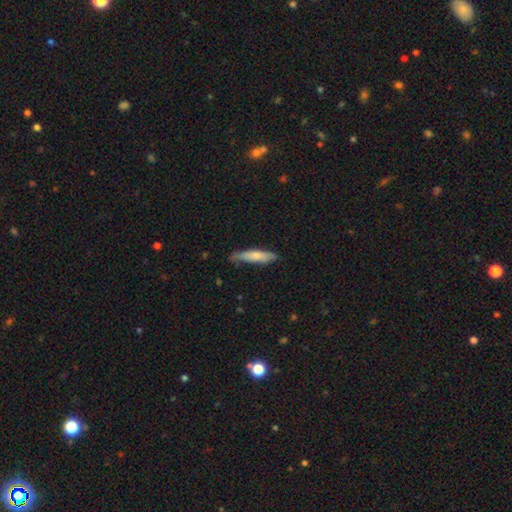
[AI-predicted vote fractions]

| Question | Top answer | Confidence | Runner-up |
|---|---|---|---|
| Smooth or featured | smooth | 72% | featured or disk (23%) |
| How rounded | cigar-shaped | 84% | in between (14%) |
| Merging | none | 69% | minor disturbance (25%) |